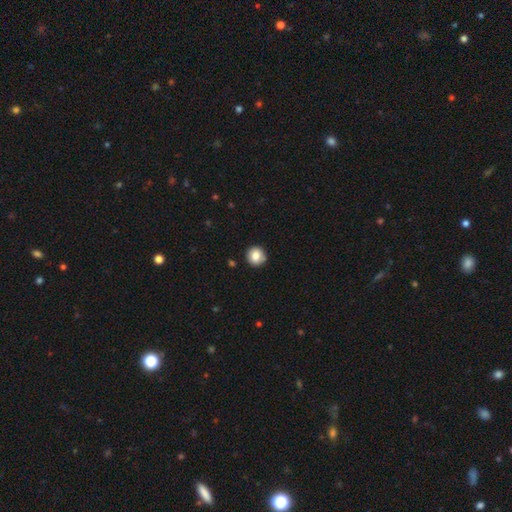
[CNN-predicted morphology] smooth-or-featured: smooth: 83% | star or artifact: 9% | featured or disk: 8%
  how-rounded: round: 91% | in between: 8% | cigar-shaped: 1%
  merging: none: 87% | minor disturbance: 9% | major disturbance: 2% | merger: 2%